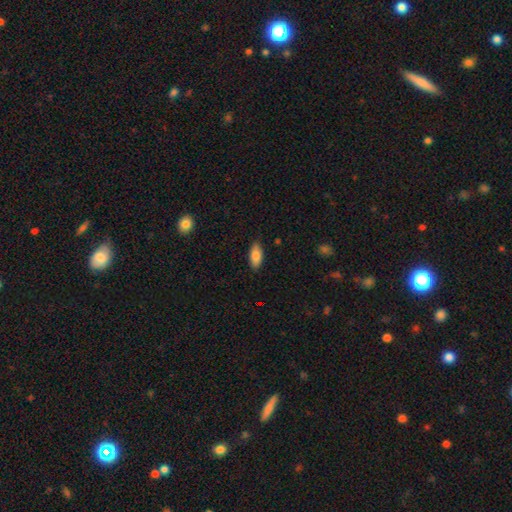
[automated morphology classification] This appears to be a smooth galaxy with no disk features (82%) that is in between round and cigar-shaped (85%). Merging: none (86%).